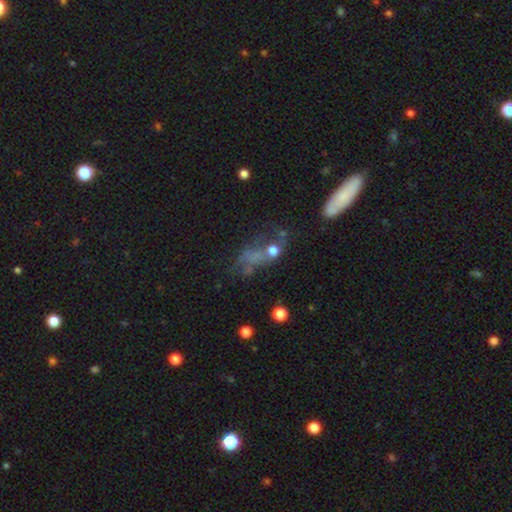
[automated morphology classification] Smooth or featured? smooth (39%)
Merging? none (37%)